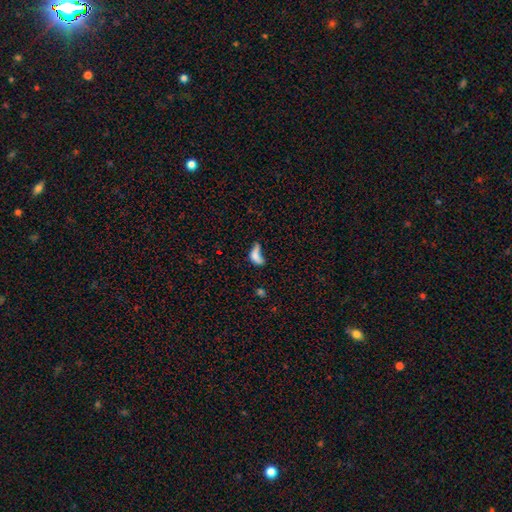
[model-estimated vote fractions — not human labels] This is likely a smooth galaxy (63%). How rounded: likely in between (77%). Merging: marginally major disturbance (35%).